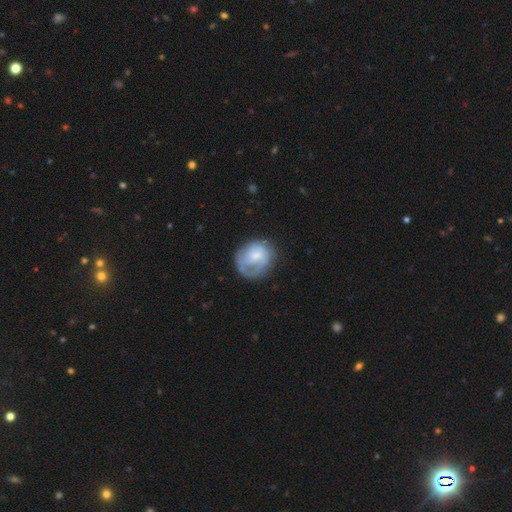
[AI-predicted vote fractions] featured or disk 52%, smooth 41%, star or artifact 7%. Down the decision tree: edge-on disk — no (98%); bar — no (61%); spiral arms — yes (69%); bulge size — small (50%); merging — none (57%).